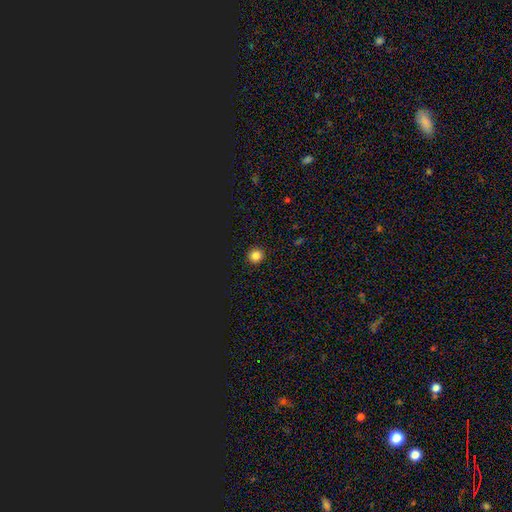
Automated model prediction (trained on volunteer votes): A smooth galaxy with no disk features (82%) that is round (94%). Merging: none (93%).